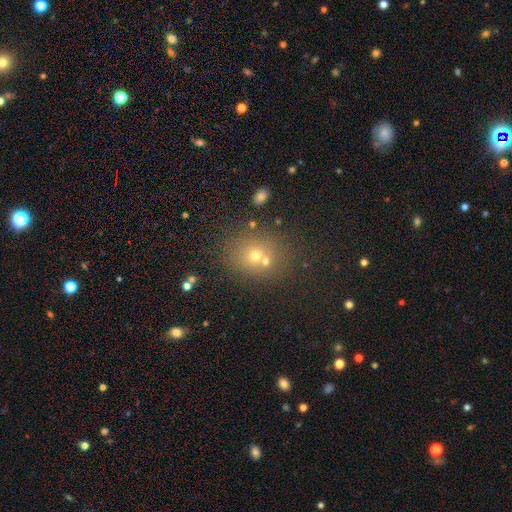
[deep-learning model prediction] Smooth or featured: smooth — 57% (star or artifact — 27%)
How rounded: round — 72% (in between — 27%)
Merging: none — 57% (merger — 31%)